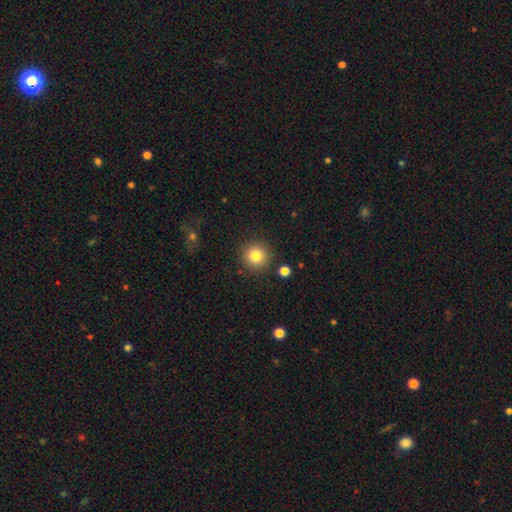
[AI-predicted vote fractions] Smooth or featured?
  - smooth: 83% *
  - star or artifact: 11%
  - featured or disk: 6%
How rounded?
  - round: 94% *
  - in between: 5%
  - cigar-shaped: 1%
Merging?
  - none: 89% *
  - minor disturbance: 7%
  - major disturbance: 2%
  - merger: 2%